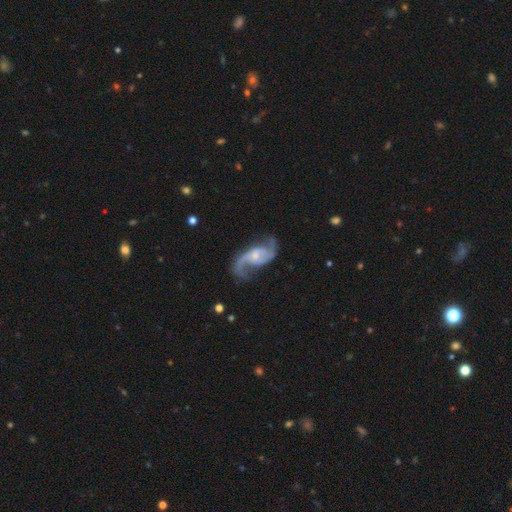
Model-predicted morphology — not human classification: This appears to be a featured or disk galaxy (89%) with no bar (51%), 2 (90%) loose (60%) spiral arms (97%) and a small central bulge (52%). Merging: none (66%).